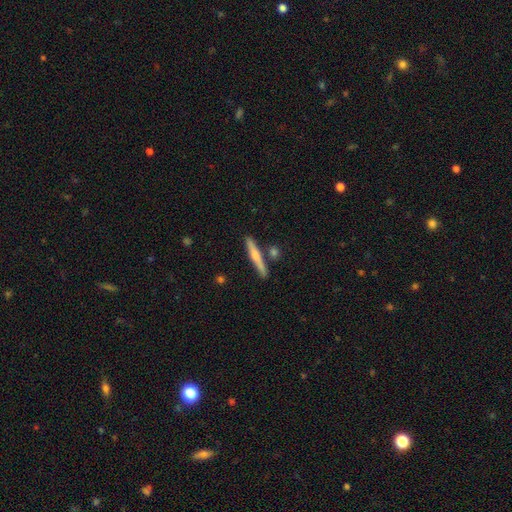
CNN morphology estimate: Smooth or featured? smooth (56%)
How rounded? cigar-shaped (93%)
Merging? none (81%)